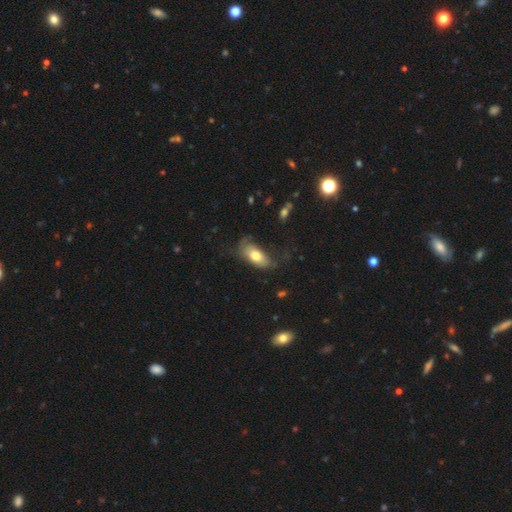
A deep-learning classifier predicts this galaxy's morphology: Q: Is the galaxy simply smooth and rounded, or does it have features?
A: smooth — 67%.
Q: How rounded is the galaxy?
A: in between — 89%.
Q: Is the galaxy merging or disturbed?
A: none — 49%.